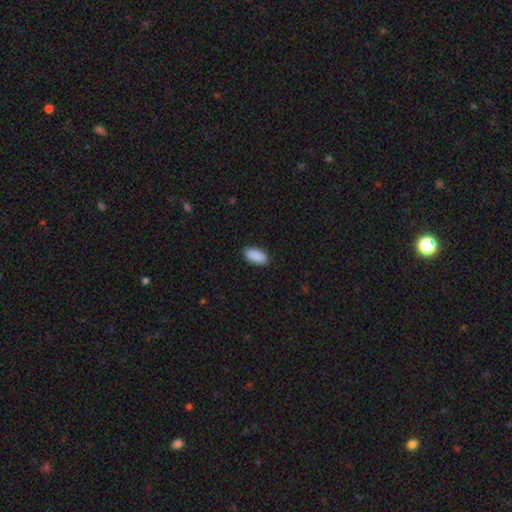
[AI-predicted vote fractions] Q: Smooth or featured?
A: smooth (91%); runner-up: star or artifact (6%)
Q: How rounded?
A: in between (92%); runner-up: cigar-shaped (6%)
Q: Merging?
A: none (90%); runner-up: minor disturbance (7%)